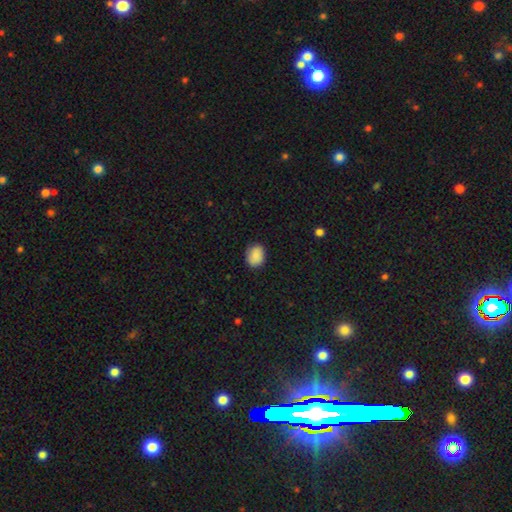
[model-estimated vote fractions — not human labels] The model was most divided on "how rounded": in between: 54%, round: 45%, cigar-shaped: 1%. More confident: smooth or featured — smooth (87%); merging — none (83%).